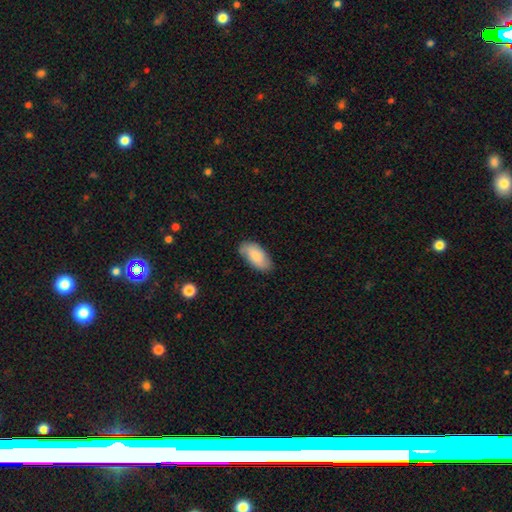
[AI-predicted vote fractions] A smooth galaxy with no disk features (79%) that is in between round and cigar-shaped (94%).

Vote fractions:
- Smooth or featured? smooth: 79% / featured or disk: 15% / star or artifact: 6%
- How rounded? in between: 94% / cigar-shaped: 4% / round: 2%
- Merging? none: 78% / minor disturbance: 18% / major disturbance: 3% / merger: 1%